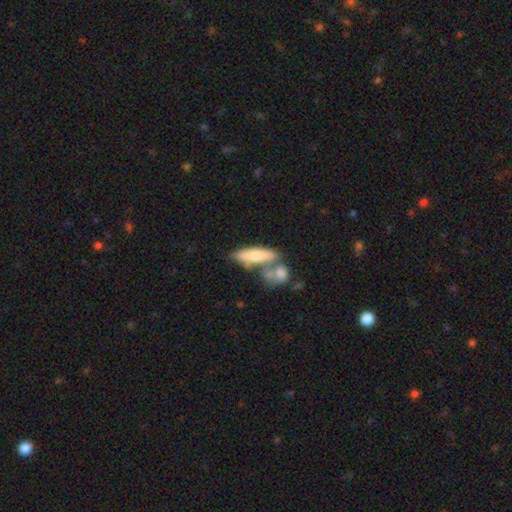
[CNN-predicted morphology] Q: Smooth or featured?
A: smooth (67%); runner-up: featured or disk (27%)
Q: How rounded?
A: cigar-shaped (56%); runner-up: in between (41%)
Q: Merging?
A: none (42%); runner-up: merger (37%)